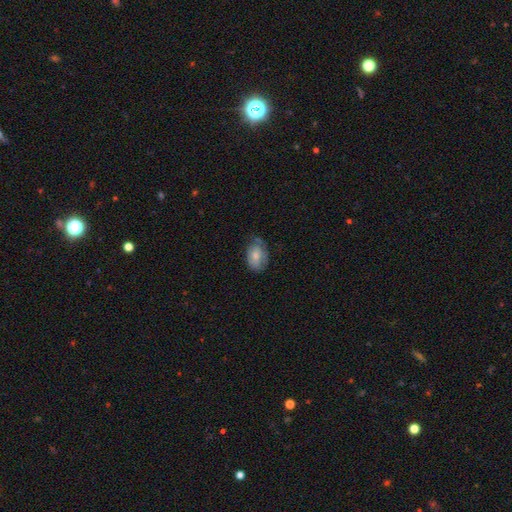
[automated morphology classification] Q: Smooth or featured?
A: smooth (70%); runner-up: featured or disk (23%)
Q: How rounded?
A: in between (87%); runner-up: round (12%)
Q: Merging?
A: none (52%); runner-up: minor disturbance (34%)